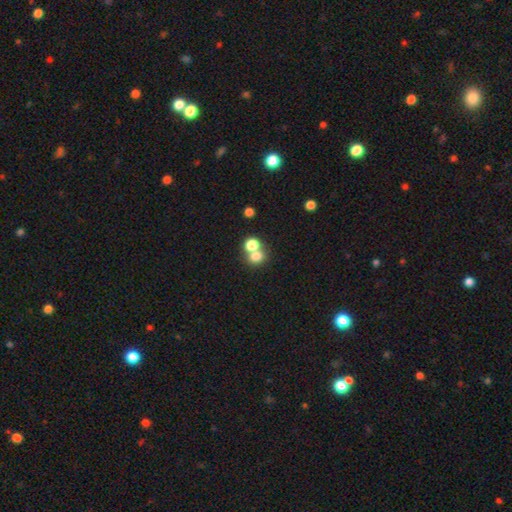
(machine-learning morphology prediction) This appears to be a smooth galaxy with no disk features (75%) that is round (67%). Merging: merger (48%).